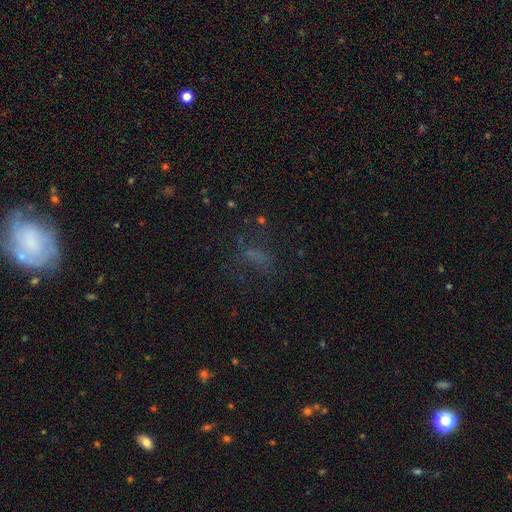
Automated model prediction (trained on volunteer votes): Morphology: type=smooth (45%); merging=none (53%).